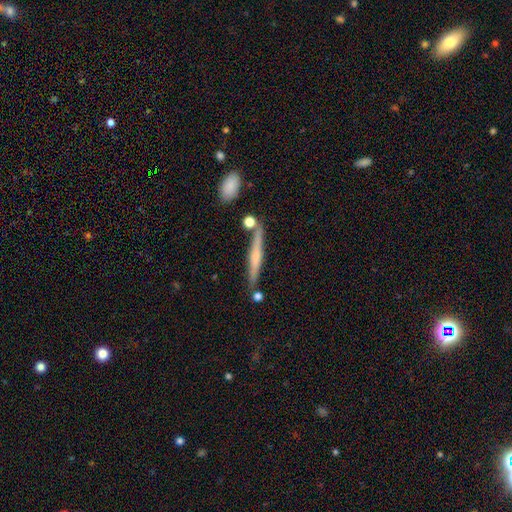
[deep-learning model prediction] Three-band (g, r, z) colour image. It shows a featured or disk galaxy (56%) viewed edge-on (96%) with a rounded central bulge (54%). Merging: none (81%).